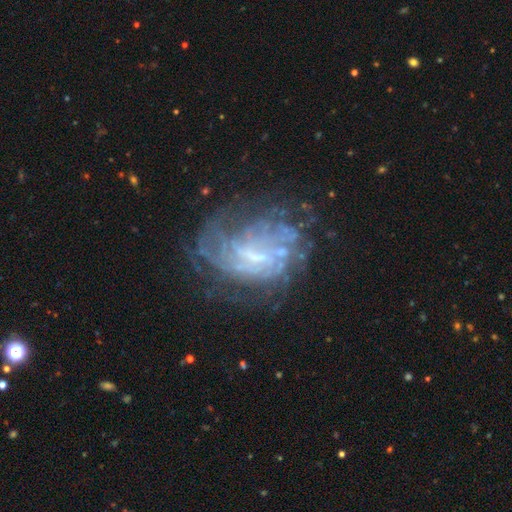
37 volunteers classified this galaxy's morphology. type=featured or disk (86%); edge-on=no (97%); bar=weak (61%); spiral arms=yes (81%); winding=medium (40%); arm count=can't tell (60%); bulge=none (45%); merging=none (49%).